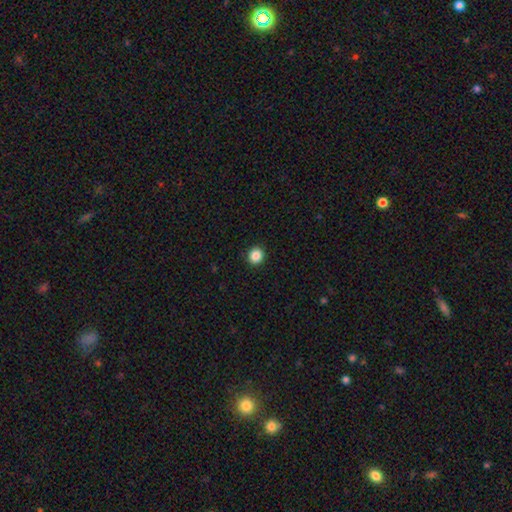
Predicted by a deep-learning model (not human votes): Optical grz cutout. It shows a smooth galaxy with no disk features (86%) that is round (91%). Merging: none (93%).